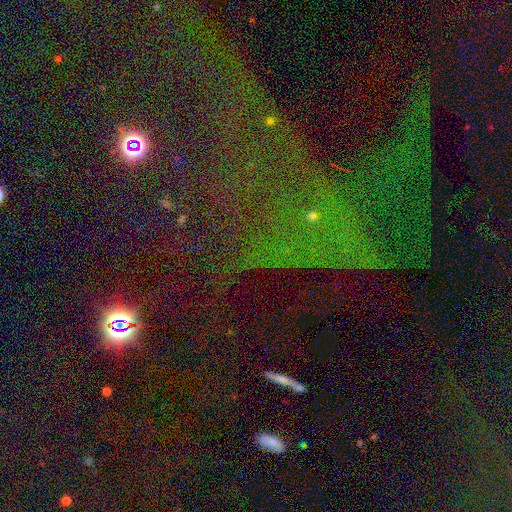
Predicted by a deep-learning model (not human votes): Smooth or featured? star or artifact (77%)